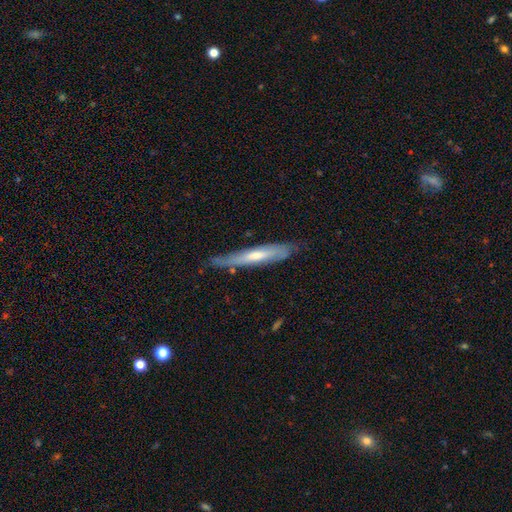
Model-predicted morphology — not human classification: This is possibly a featured or disk galaxy (50%). Merging: likely none (70%).